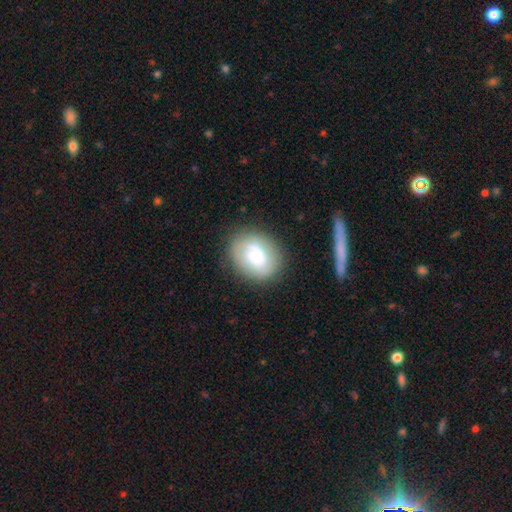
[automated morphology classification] smooth 66%, featured or disk 26%, star or artifact 8%. Down the decision tree: how rounded — round (51%); merging — none (77%).